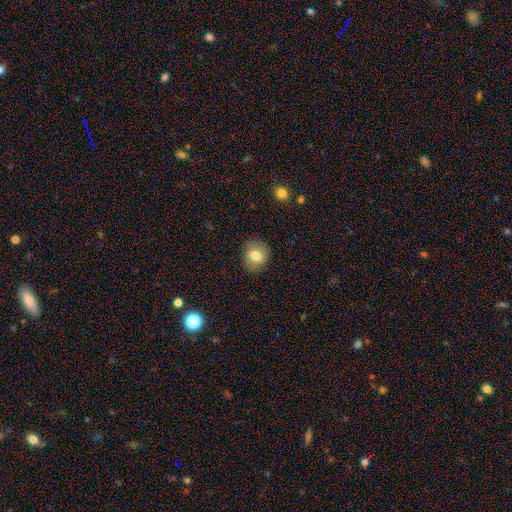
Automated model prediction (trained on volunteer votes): Smooth or featured?
  - smooth: 78% *
  - featured or disk: 13%
  - star or artifact: 9%
How rounded?
  - round: 69% *
  - in between: 30%
  - cigar-shaped: 1%
Merging?
  - none: 86% *
  - minor disturbance: 10%
  - major disturbance: 3%
  - merger: 1%